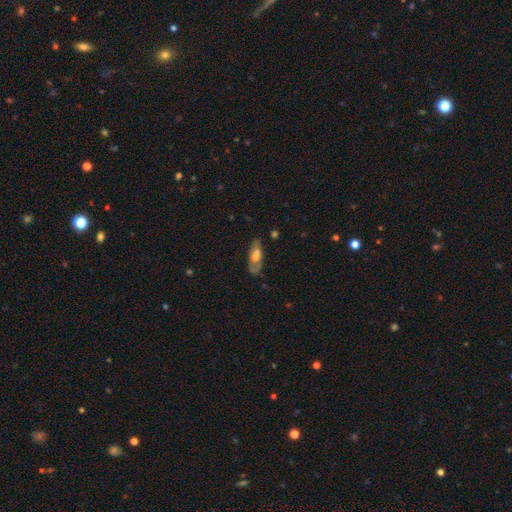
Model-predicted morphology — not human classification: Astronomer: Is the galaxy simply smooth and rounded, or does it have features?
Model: featured or disk — 48% (runner-up: smooth, 45%).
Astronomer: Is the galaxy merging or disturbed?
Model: none — 69%.